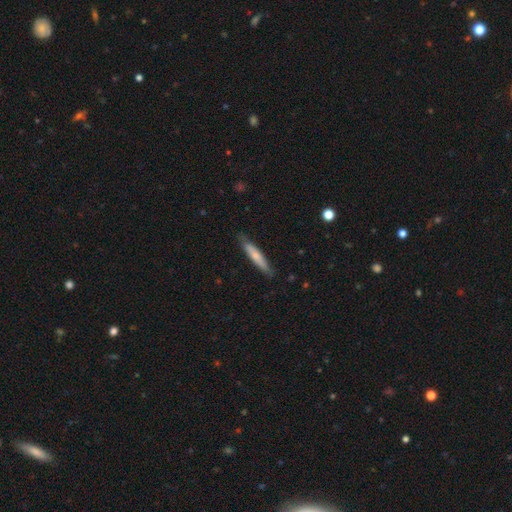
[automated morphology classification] Q: Smooth or featured?
A: smooth (64%); runner-up: featured or disk (31%)
Q: How rounded?
A: cigar-shaped (90%); runner-up: in between (9%)
Q: Merging?
A: none (83%); runner-up: minor disturbance (13%)